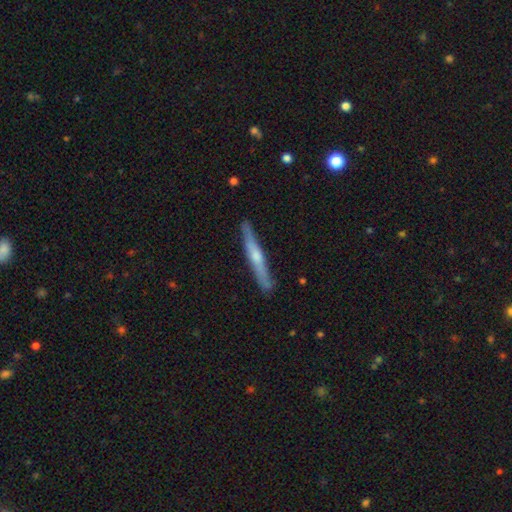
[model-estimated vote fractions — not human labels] Morphology: type=featured or disk (61%); edge-on=yes (96%); edge-on bulge=rounded (72%); merging=none (88%).